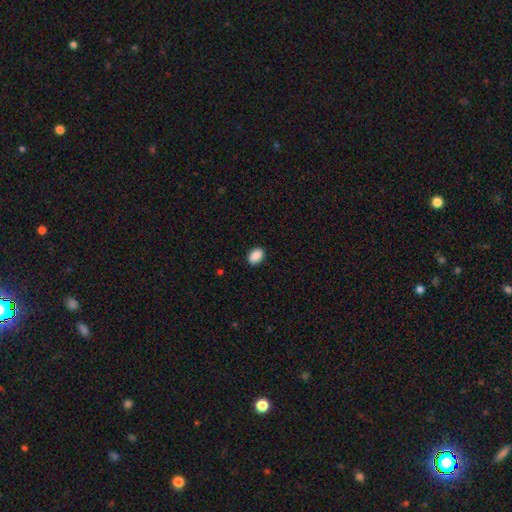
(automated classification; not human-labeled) smooth 90%, star or artifact 7%, featured or disk 3%. Down the decision tree: how rounded — in between (84%); merging — none (89%).